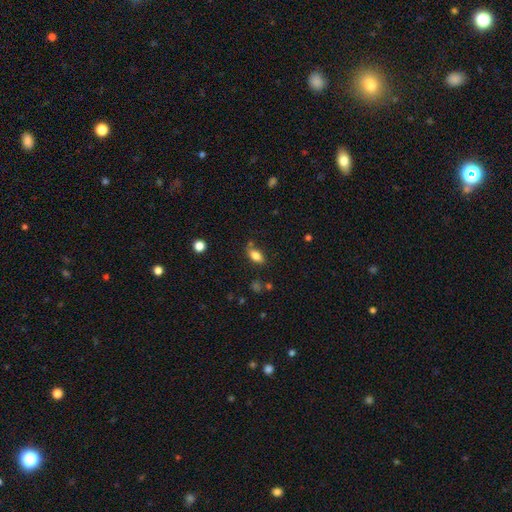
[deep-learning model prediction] Smooth or featured? Predicted: smooth (p=0.81). How rounded? Predicted: in between (p=0.88). Merging? Predicted: none (p=0.74).